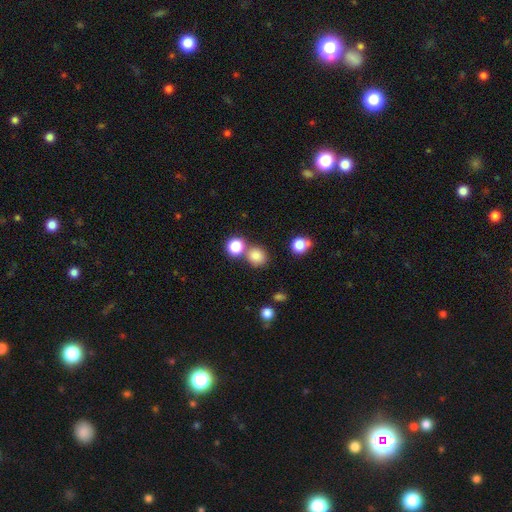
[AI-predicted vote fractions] Q: Smooth or featured?
A: smooth (80%); runner-up: star or artifact (14%)
Q: How rounded?
A: round (84%); runner-up: in between (15%)
Q: Merging?
A: none (67%); runner-up: merger (22%)